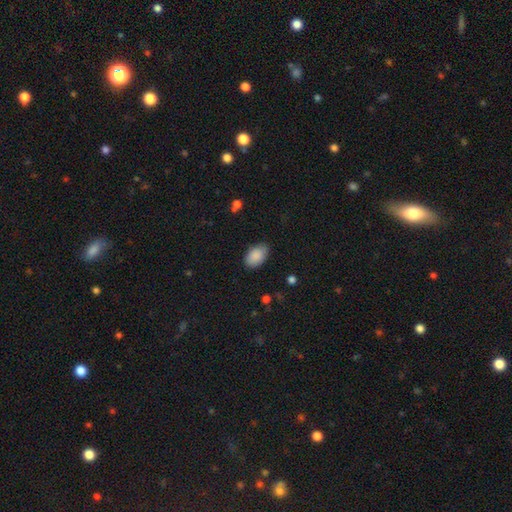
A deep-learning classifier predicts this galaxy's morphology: This is clearly a smooth galaxy (89%). How rounded: clearly in between (92%). Merging: likely none (80%).